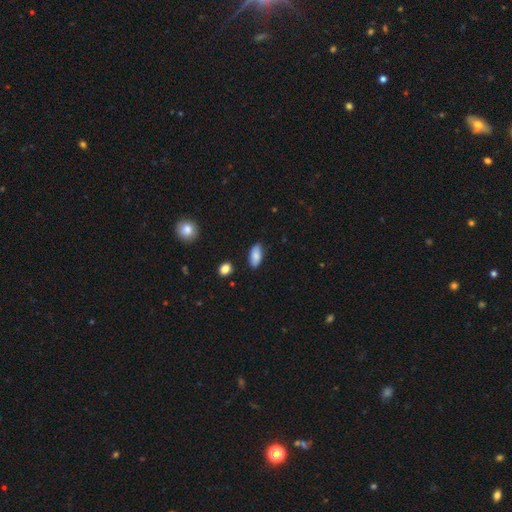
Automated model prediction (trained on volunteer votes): This is clearly a smooth galaxy (86%). How rounded: clearly in between (88%). Merging: clearly none (85%).